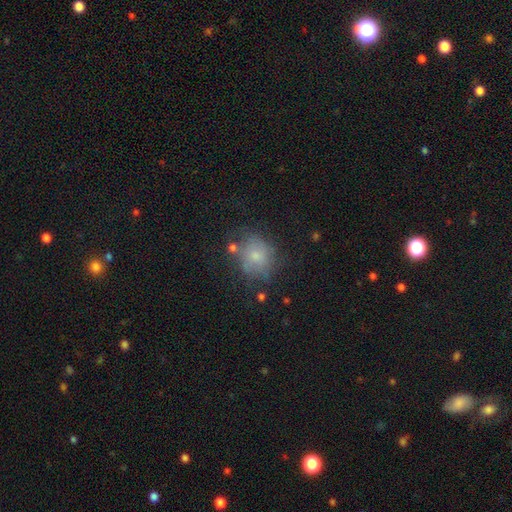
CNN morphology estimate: This appears to be a smooth galaxy with no disk features (64%) that is round (73%). Merging: none (57%).